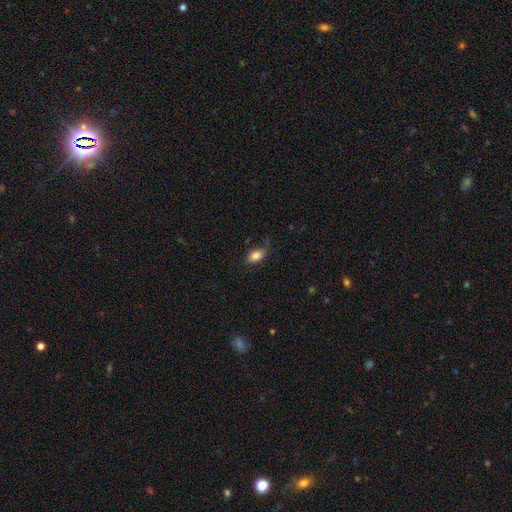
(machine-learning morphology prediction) Q: Smooth or featured?
A: smooth (82%); runner-up: featured or disk (10%)
Q: How rounded?
A: in between (90%); runner-up: round (6%)
Q: Merging?
A: none (68%); runner-up: minor disturbance (23%)